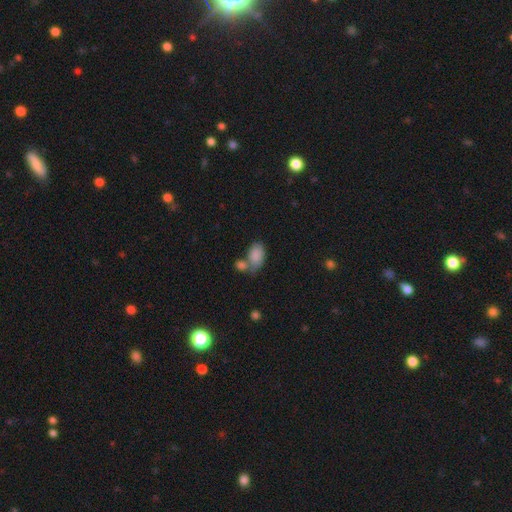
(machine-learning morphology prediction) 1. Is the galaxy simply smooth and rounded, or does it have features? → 85% smooth, 8% star or artifact, 8% featured or disk.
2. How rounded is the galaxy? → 89% in between, 9% round, 1% cigar-shaped.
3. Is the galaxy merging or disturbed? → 40% merger, 38% none, 16% minor disturbance, 7% major disturbance.